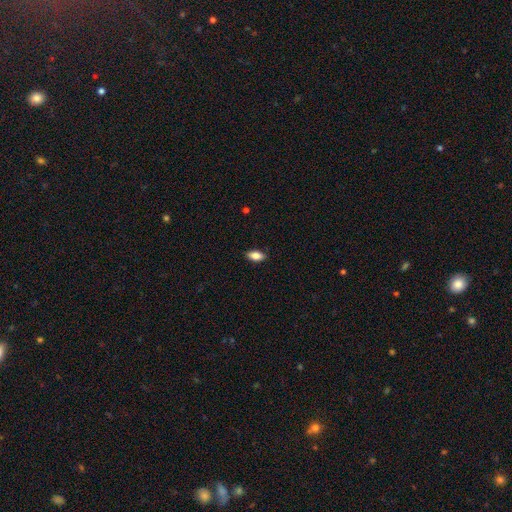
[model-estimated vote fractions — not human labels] Q: Smooth or featured?
A: smooth (84%); runner-up: featured or disk (9%)
Q: How rounded?
A: in between (88%); runner-up: cigar-shaped (8%)
Q: Merging?
A: none (87%); runner-up: minor disturbance (10%)